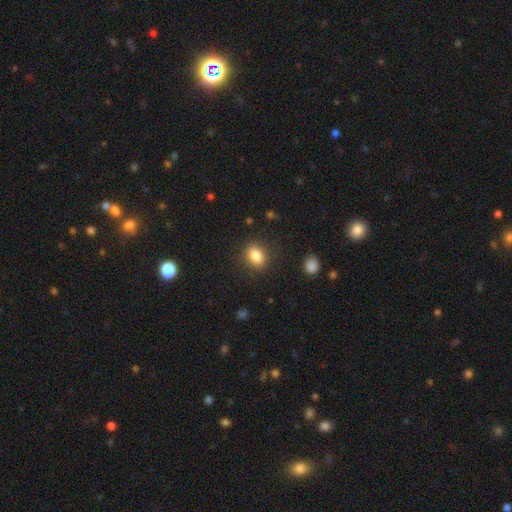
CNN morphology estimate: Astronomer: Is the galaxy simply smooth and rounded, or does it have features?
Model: smooth — 84%.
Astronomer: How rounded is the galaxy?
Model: in between — 61% (runner-up: round, 37%).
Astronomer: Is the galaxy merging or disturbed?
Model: none — 87%.